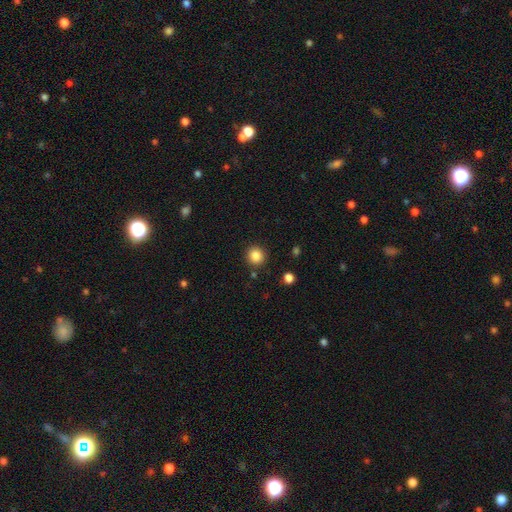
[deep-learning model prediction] A smooth galaxy with no disk features (86%) that is round (91%).

Vote fractions:
- Smooth or featured? smooth: 86% / star or artifact: 11% / featured or disk: 3%
- How rounded? round: 91% / in between: 8% / cigar-shaped: 1%
- Merging? none: 88% / minor disturbance: 7% / major disturbance: 3% / merger: 2%